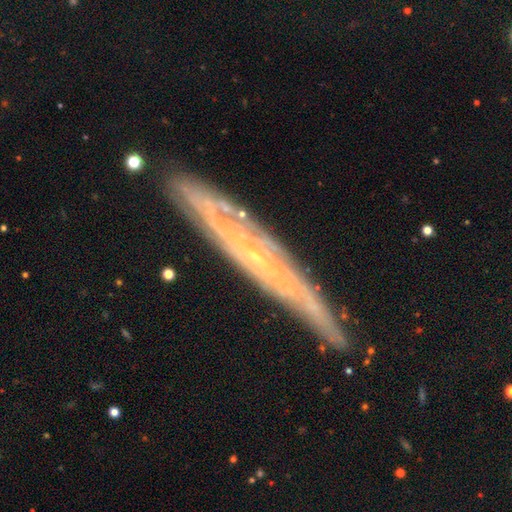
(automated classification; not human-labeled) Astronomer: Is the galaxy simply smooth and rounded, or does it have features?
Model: featured or disk — 82%.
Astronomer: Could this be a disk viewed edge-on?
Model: yes — 58% (runner-up: no, 42%).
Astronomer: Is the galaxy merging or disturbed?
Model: none — 80%.